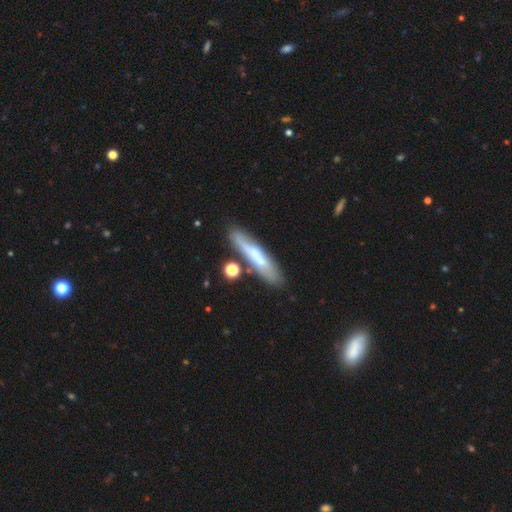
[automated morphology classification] Smooth or featured? Predicted: smooth (p=0.51). How rounded? Predicted: cigar-shaped (p=0.85). Merging? Predicted: none (p=0.71).